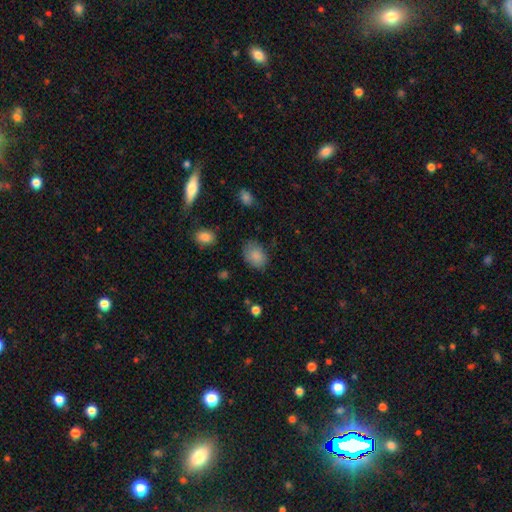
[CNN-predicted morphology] The model was most divided on "how rounded": in between: 73%, round: 26%, cigar-shaped: 1%. More confident: smooth or featured — smooth (85%); merging — none (74%).